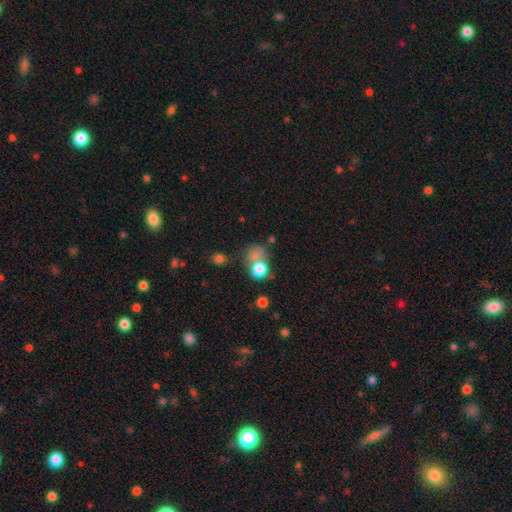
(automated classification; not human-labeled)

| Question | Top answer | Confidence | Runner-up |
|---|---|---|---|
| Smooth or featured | smooth | 72% | star or artifact (15%) |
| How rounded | round | 64% | in between (35%) |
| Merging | merger | 36% | none (33%) |